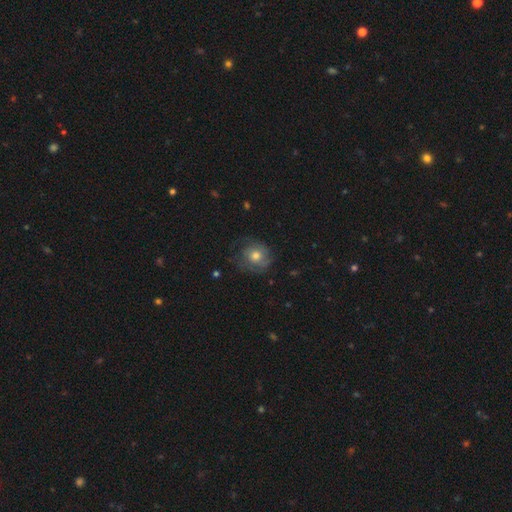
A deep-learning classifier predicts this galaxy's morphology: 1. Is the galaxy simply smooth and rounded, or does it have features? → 48% smooth, 43% featured or disk, 9% star or artifact.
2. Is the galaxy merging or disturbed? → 64% none, 22% minor disturbance, 13% major disturbance, 1% merger.